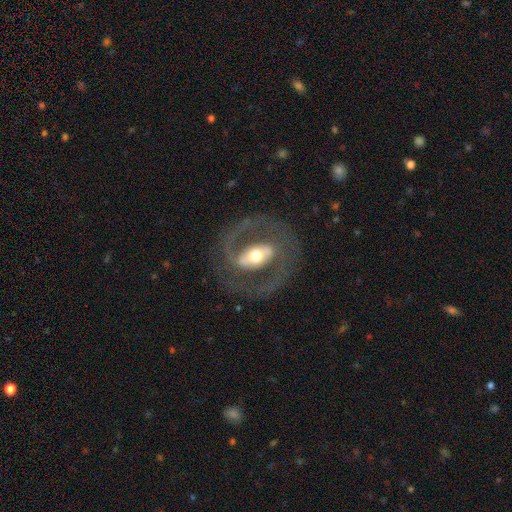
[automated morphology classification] A featured or disk galaxy (83%) with a strong bar (51%), 2 (87%) medium (53%) spiral arms (78%) and a moderate central bulge (63%).

Vote fractions:
- Smooth or featured? featured or disk: 83% / smooth: 12% / star or artifact: 5%
- Edge-on disk? no: 95% / yes: 5%
- Bar? strong: 51% / weak: 28% / no: 21%
- Spiral arms? yes: 78% / no: 22%
- Spiral winding? medium: 53% / tight: 27% / loose: 20%
- Spiral arm count? 2: 87% / can't tell: 5% / 1: 4% / 3: 1% / 4: 1% / more than 4: 1%
- Bulge size? moderate: 63% / large: 19% / small: 15% / dominant: 2% / none: 1%
- Merging? none: 74% / major disturbance: 13% / minor disturbance: 12% / merger: 1%